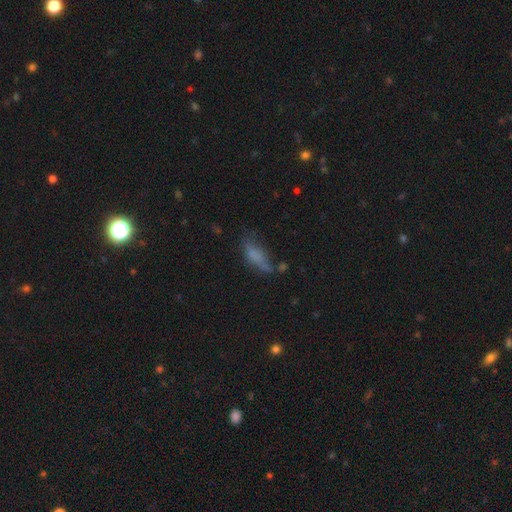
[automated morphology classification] A smooth galaxy with no disk features (63%) that is in between round and cigar-shaped (57%).

Vote fractions:
- Smooth or featured? smooth: 63% / featured or disk: 23% / star or artifact: 14%
- How rounded? in between: 57% / cigar-shaped: 40% / round: 4%
- Merging? none: 45% / minor disturbance: 30% / major disturbance: 18% / merger: 8%